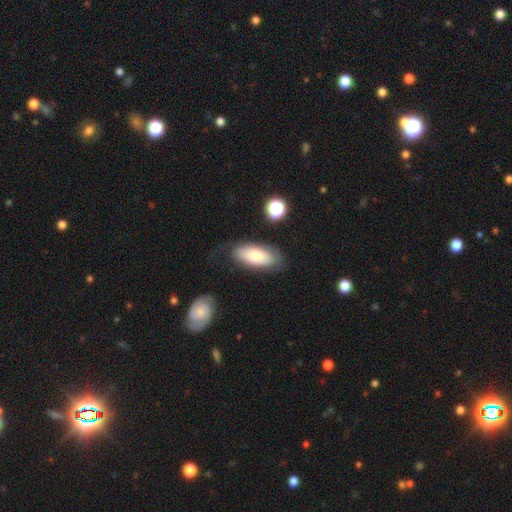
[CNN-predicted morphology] This is likely a smooth galaxy (74%). How rounded: clearly in between (87%). Merging: likely none (76%).